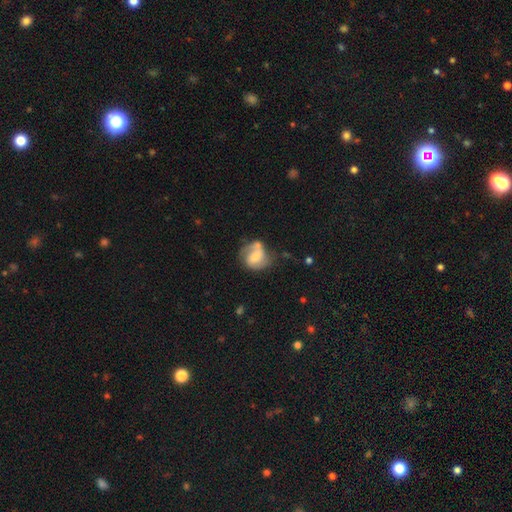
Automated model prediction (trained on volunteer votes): Smooth or featured: featured or disk — 63% (smooth — 30%)
Edge-on disk: no — 98% (yes — 2%)
Bar: no — 45% (weak — 41%)
Spiral arms: yes — 86% (no — 14%)
Spiral winding: medium — 45% (loose — 28%)
Spiral arm count: 2 — 64% (1 — 24%)
Bulge size: moderate — 37% (small — 33%)
Merging: none — 46% (minor disturbance — 26%)